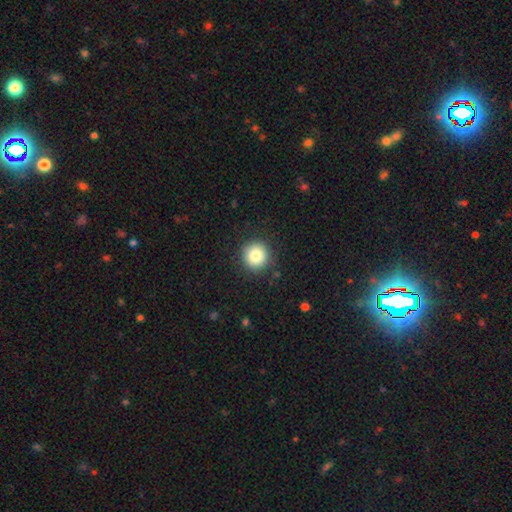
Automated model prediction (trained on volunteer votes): smooth-or-featured: smooth: 82% | star or artifact: 10% | featured or disk: 8%
  how-rounded: round: 94% | in between: 5% | cigar-shaped: 1%
  merging: none: 91% | minor disturbance: 6% | major disturbance: 2% | merger: 1%